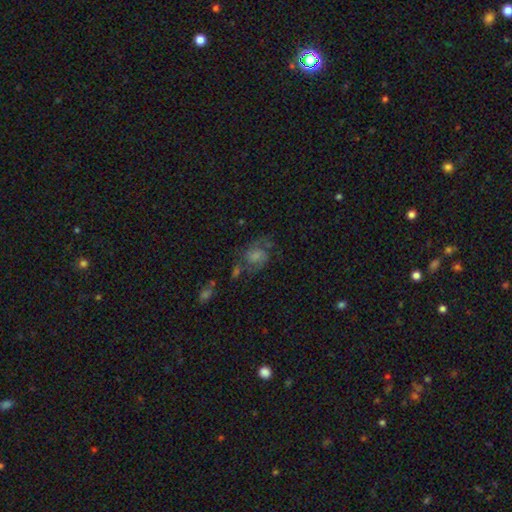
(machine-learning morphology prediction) Smooth or featured? Predicted: featured or disk (p=0.57). Edge-on disk? Predicted: no (p=0.97). Bar? Predicted: no (p=0.56). Spiral arms? Predicted: yes (p=0.85). Bulge size? Predicted: none (p=0.30). Merging? Predicted: none (p=0.52).